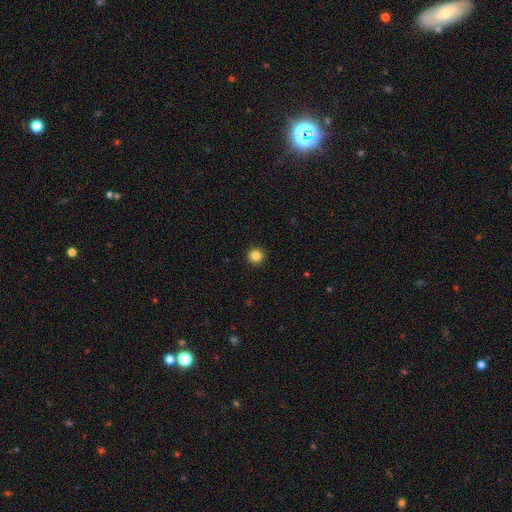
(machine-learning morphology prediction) Q: Smooth or featured?
A: smooth (85%); runner-up: star or artifact (11%)
Q: How rounded?
A: round (96%); runner-up: in between (3%)
Q: Merging?
A: none (93%); runner-up: minor disturbance (4%)